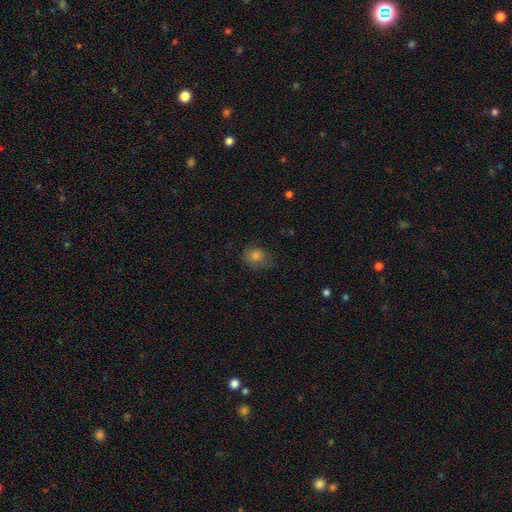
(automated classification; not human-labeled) smooth 73%, star or artifact 15%, featured or disk 12%. Down the decision tree: how rounded — in between (51%); merging — none (63%).